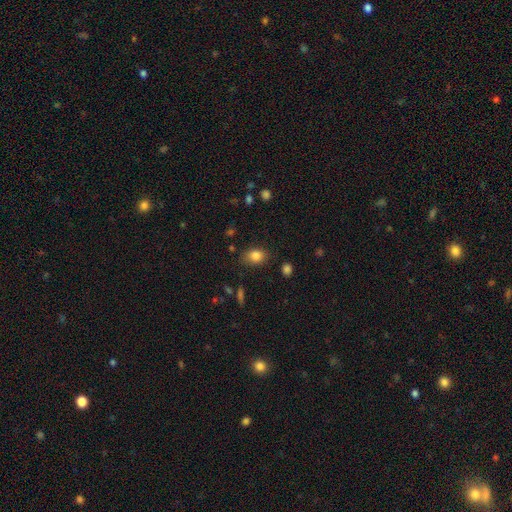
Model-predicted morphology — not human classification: Smooth or featured: smooth — 83% (star or artifact — 10%)
How rounded: in between — 71% (round — 27%)
Merging: none — 80% (minor disturbance — 14%)